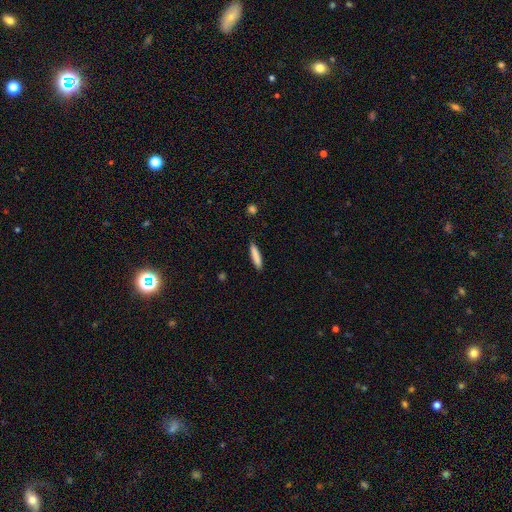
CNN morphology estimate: Smooth or featured? smooth (85%)
How rounded? cigar-shaped (86%)
Merging? none (89%)